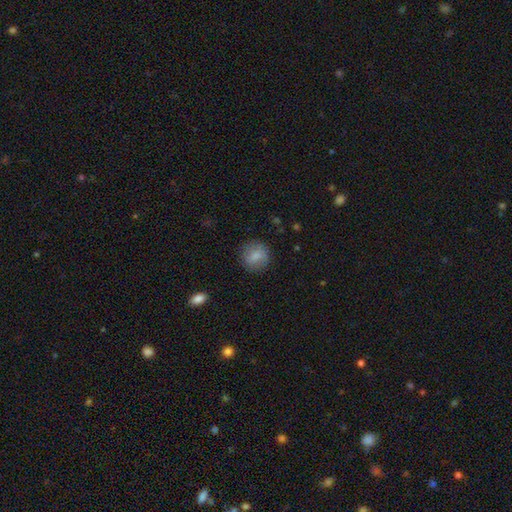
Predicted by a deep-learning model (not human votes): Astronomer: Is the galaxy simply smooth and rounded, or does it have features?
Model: smooth — 79%.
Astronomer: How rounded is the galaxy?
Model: round — 86%.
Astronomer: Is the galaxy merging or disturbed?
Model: none — 83%.